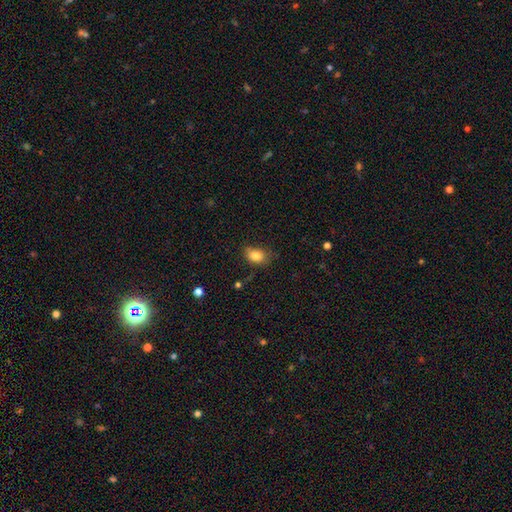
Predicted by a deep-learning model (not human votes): This is clearly a smooth galaxy (83%). How rounded: likely in between (77%). Merging: likely none (63%).